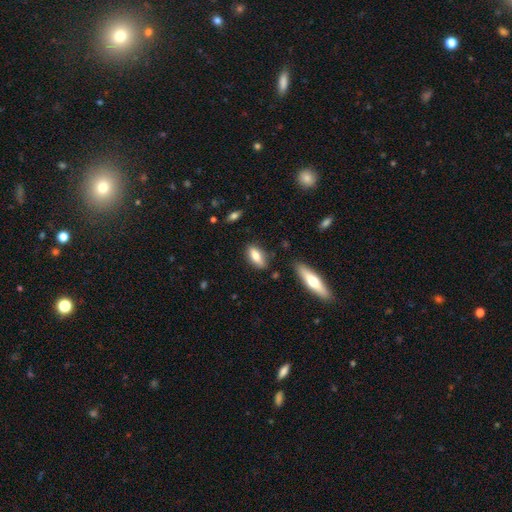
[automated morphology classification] This is likely a smooth galaxy (75%). How rounded: likely in between (78%). Merging: likely none (80%).